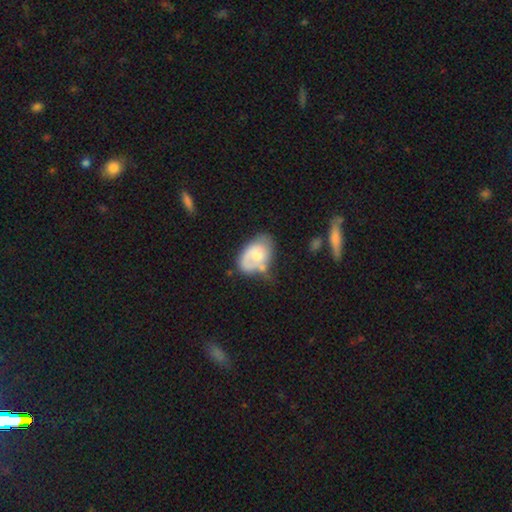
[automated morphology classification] This is possibly a smooth galaxy (51%). How rounded: clearly in between (82%). Merging: marginally none (38%).